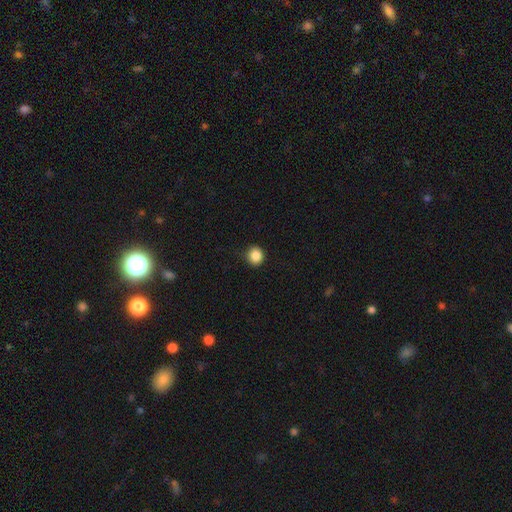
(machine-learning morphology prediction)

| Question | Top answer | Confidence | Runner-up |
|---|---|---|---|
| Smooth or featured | smooth | 87% | star or artifact (10%) |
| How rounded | round | 90% | in between (9%) |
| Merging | none | 89% | minor disturbance (8%) |